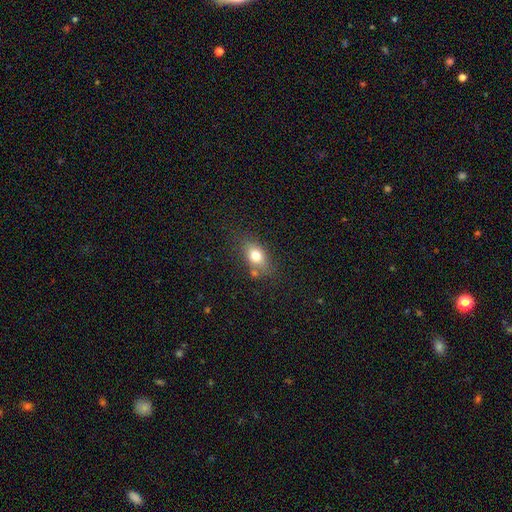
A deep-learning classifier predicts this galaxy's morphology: type=smooth (76%); roundness=in between (75%); merging=none (69%).